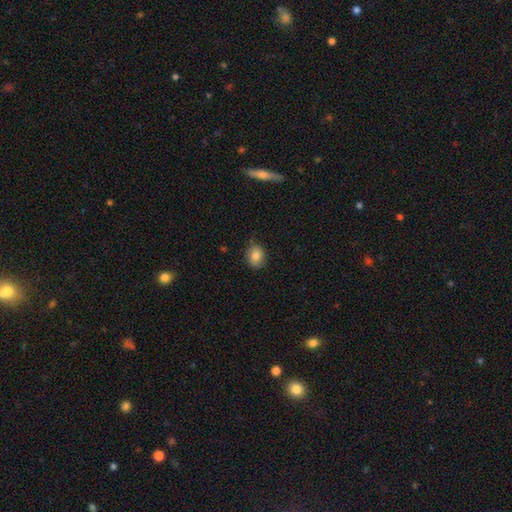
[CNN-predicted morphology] Overall: smooth (83%). How rounded: round (61%; in between 38%). Merging: none (83%).